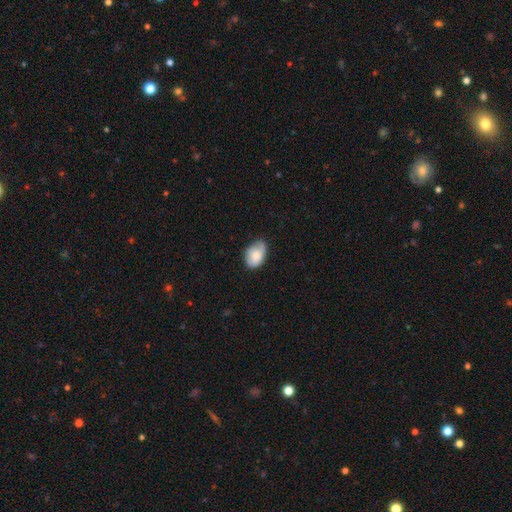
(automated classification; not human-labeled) The model was most divided on "merging": none: 51%, minor disturbance: 39%, major disturbance: 9%, merger: 2%. More confident: how rounded — in between (84%); smooth or featured — smooth (75%).